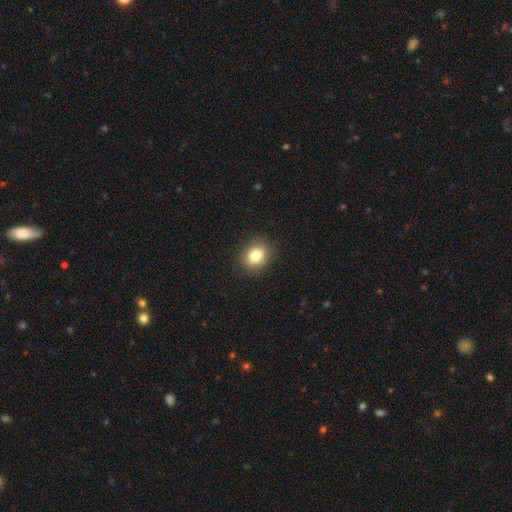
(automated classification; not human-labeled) This is clearly a smooth galaxy (81%). How rounded: likely round (65%). Merging: clearly none (90%).